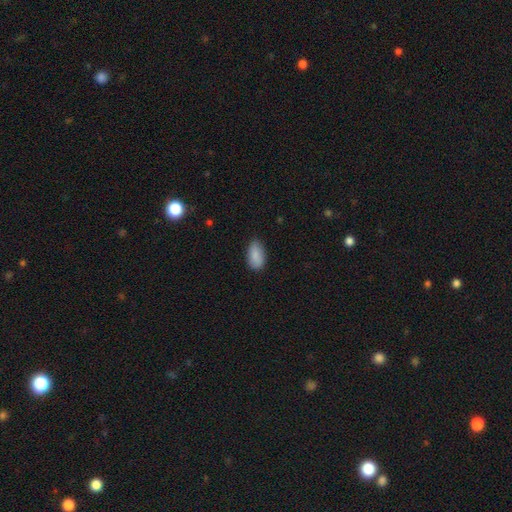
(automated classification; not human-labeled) A smooth galaxy with no disk features (87%) that is in between round and cigar-shaped (92%). Merging: none (77%).